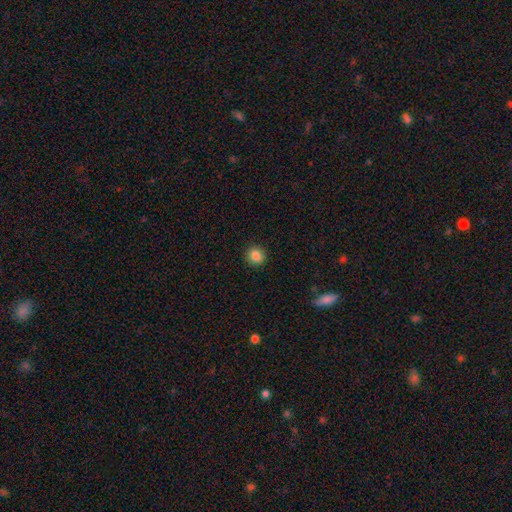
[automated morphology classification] Smooth or featured: smooth — 85% (star or artifact — 11%)
How rounded: round — 86% (in between — 13%)
Merging: none — 92% (minor disturbance — 6%)